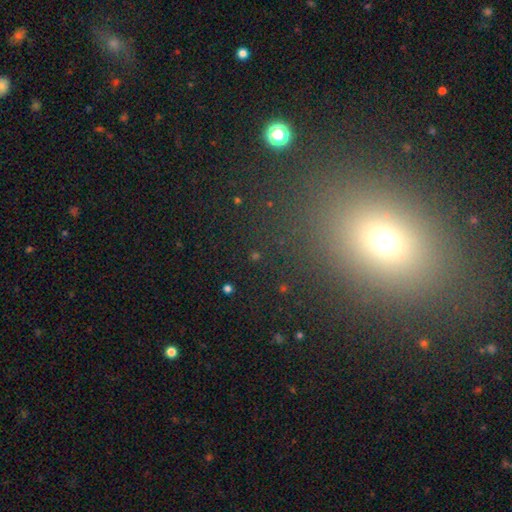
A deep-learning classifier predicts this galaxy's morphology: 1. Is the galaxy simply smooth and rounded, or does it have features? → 54% star or artifact, 35% smooth, 11% featured or disk.